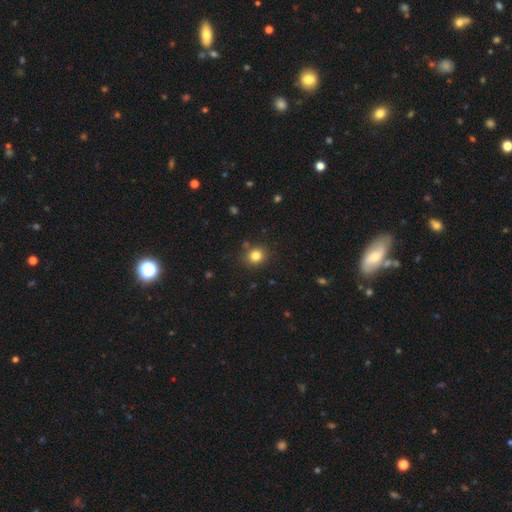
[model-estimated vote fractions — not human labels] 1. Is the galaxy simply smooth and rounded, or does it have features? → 82% smooth, 12% star or artifact, 6% featured or disk.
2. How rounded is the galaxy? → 78% round, 22% in between, 1% cigar-shaped.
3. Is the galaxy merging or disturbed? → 84% none, 9% minor disturbance, 4% merger, 3% major disturbance.